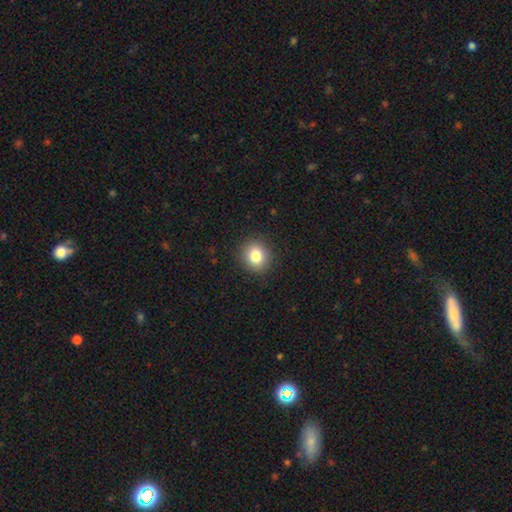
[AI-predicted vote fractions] Smooth or featured?
  - smooth: 82% *
  - star or artifact: 11%
  - featured or disk: 7%
How rounded?
  - round: 81% *
  - in between: 18%
  - cigar-shaped: 1%
Merging?
  - none: 90% *
  - minor disturbance: 7%
  - major disturbance: 2%
  - merger: 1%